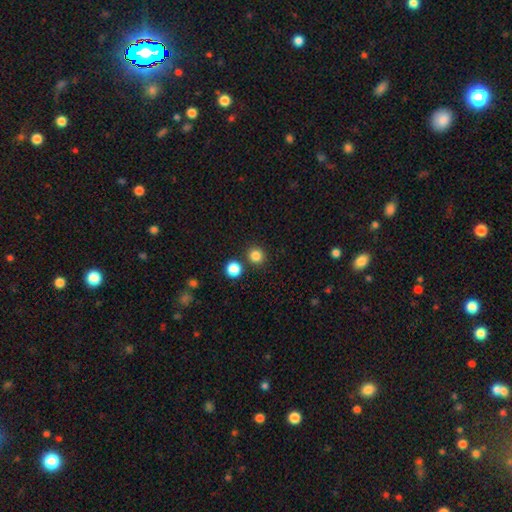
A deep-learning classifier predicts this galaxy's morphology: Q: Smooth or featured?
A: smooth (83%); runner-up: star or artifact (13%)
Q: How rounded?
A: round (91%); runner-up: in between (8%)
Q: Merging?
A: none (85%); runner-up: merger (7%)